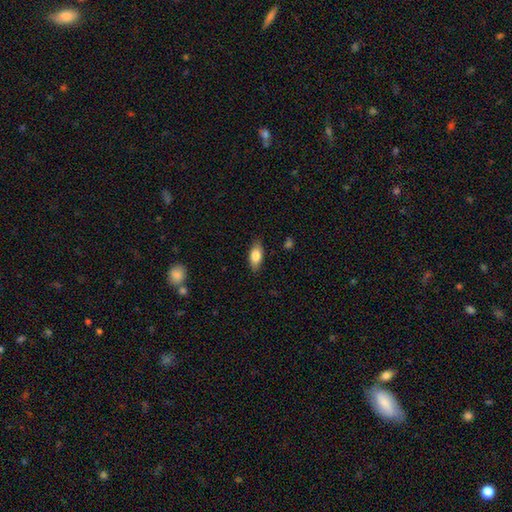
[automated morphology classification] smooth_or_featured: smooth (p=0.79) [alt: featured or disk p=0.14]
how_rounded: in between (p=0.85) [alt: cigar-shaped p=0.11]
merging: none (p=0.84) [alt: minor disturbance p=0.12]